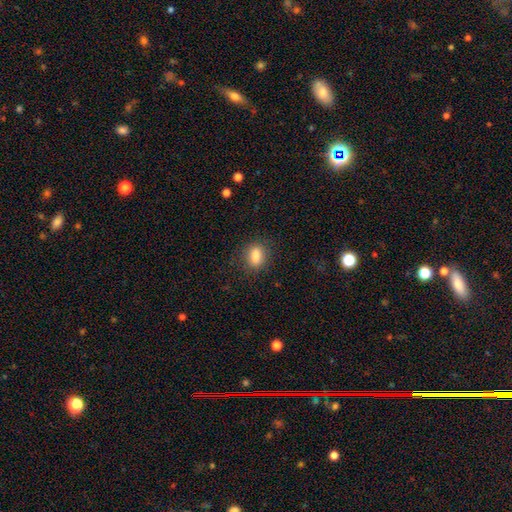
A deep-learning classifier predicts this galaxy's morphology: Smooth or featured? Predicted: smooth (p=0.84). How rounded? Predicted: in between (p=0.73). Merging? Predicted: none (p=0.85).